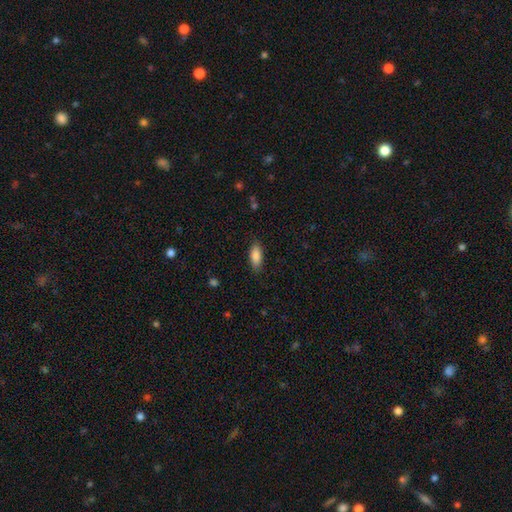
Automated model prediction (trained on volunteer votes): Smooth or featured? Predicted: smooth (p=0.87). How rounded? Predicted: in between (p=0.84). Merging? Predicted: none (p=0.85).